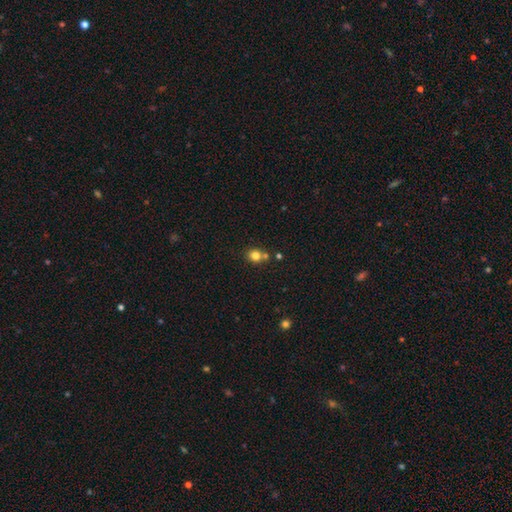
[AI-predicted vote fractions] Morphology: type=smooth (80%); roundness=round (80%); merging=none (63%).